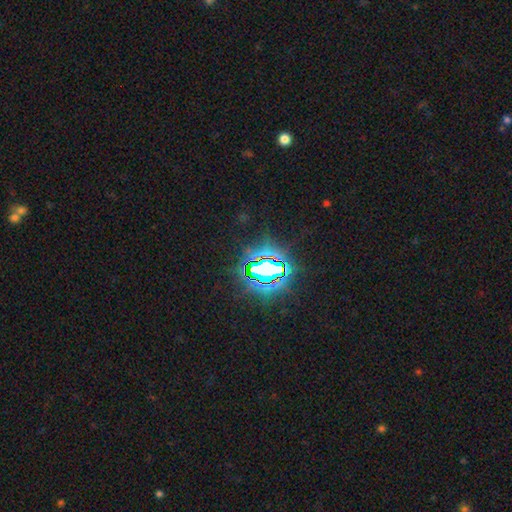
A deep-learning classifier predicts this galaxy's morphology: A star or artifact, not a galaxy (83%).

Vote fractions:
- Smooth or featured? star or artifact: 83% / smooth: 10% / featured or disk: 6%